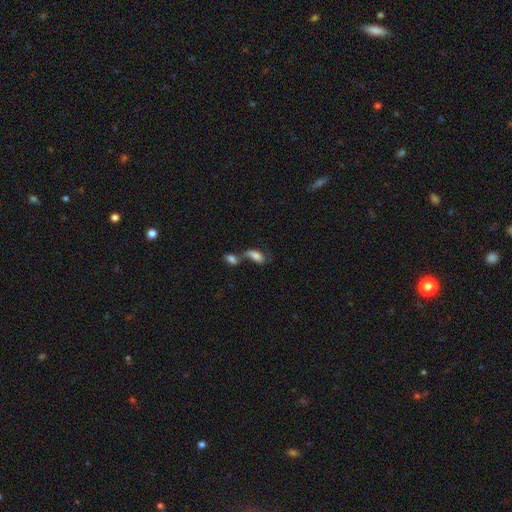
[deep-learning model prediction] Overall: smooth (69%). How rounded: in between (88%). Merging: merger (62%).